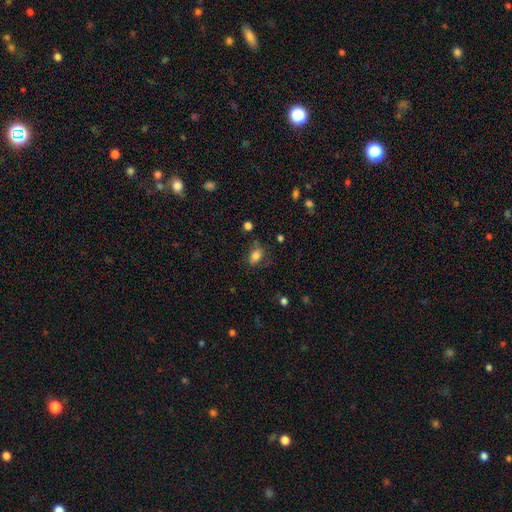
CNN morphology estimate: Overall: smooth (80%). How rounded: in between (74%). Merging: none (67%).